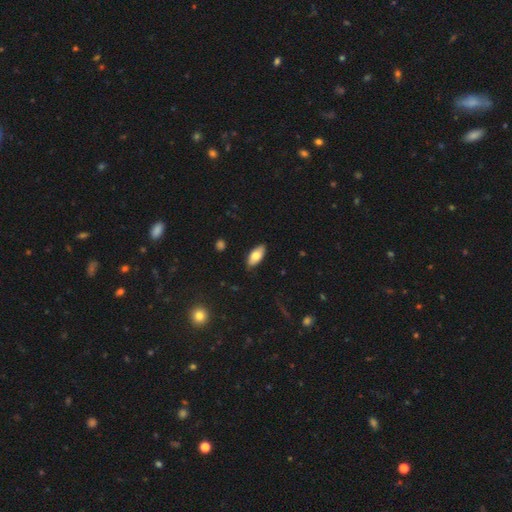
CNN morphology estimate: type=smooth (77%); roundness=in between (89%); merging=none (87%).